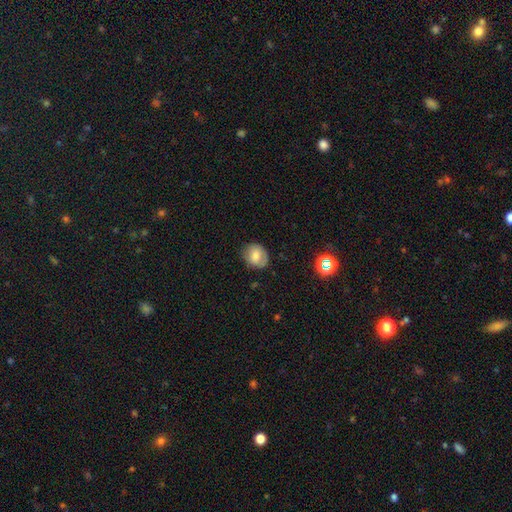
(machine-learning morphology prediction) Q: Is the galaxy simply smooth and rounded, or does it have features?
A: smooth — 70%.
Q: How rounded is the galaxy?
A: round — 59%.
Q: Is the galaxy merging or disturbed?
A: none — 74%.